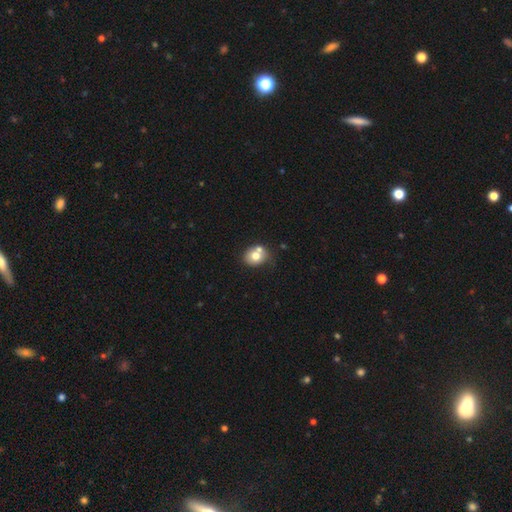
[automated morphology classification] smooth_or_featured: smooth (p=0.72) [alt: featured or disk p=0.18]
how_rounded: round (p=0.61) [alt: in between p=0.38]
merging: none (p=0.49) [alt: merger p=0.35]